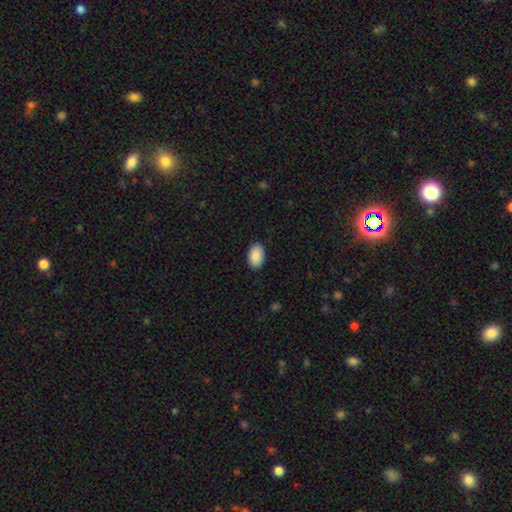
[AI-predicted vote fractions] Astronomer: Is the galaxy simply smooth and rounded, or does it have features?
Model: smooth — 90%.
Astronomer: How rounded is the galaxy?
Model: in between — 91%.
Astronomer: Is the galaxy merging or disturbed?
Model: none — 89%.